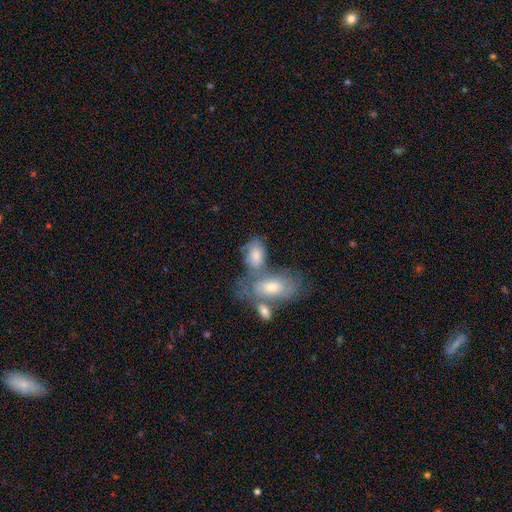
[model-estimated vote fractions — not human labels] Overall: smooth (63%; featured or disk 30%). How rounded: in between (89%). Merging: merger (51%; none 25%).